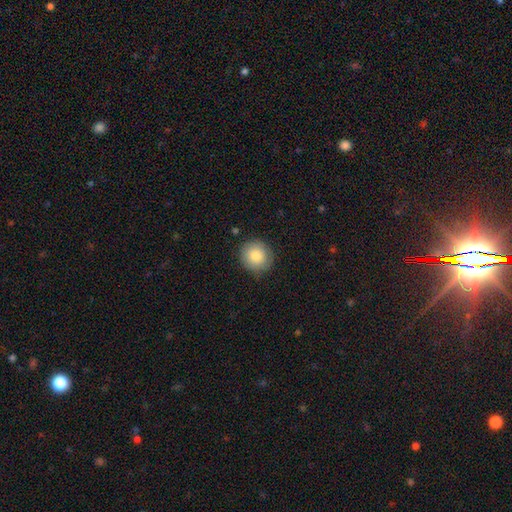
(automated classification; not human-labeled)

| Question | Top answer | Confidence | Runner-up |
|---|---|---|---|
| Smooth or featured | smooth | 84% | featured or disk (9%) |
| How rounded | round | 91% | in between (8%) |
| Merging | none | 86% | minor disturbance (10%) |